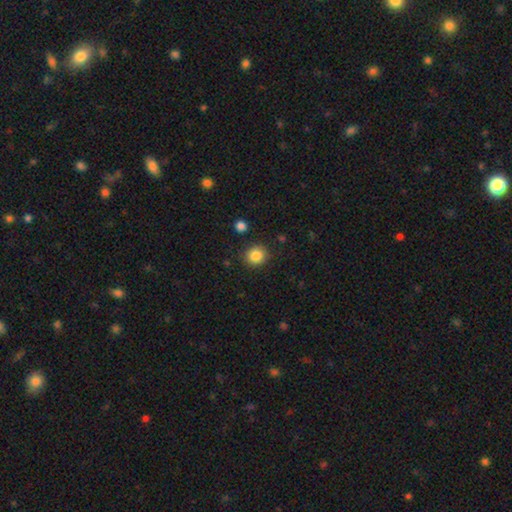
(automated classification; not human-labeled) The model was most divided on "how rounded": round: 85%, in between: 14%, cigar-shaped: 1%. More confident: merging — none (88%); smooth or featured — smooth (85%).